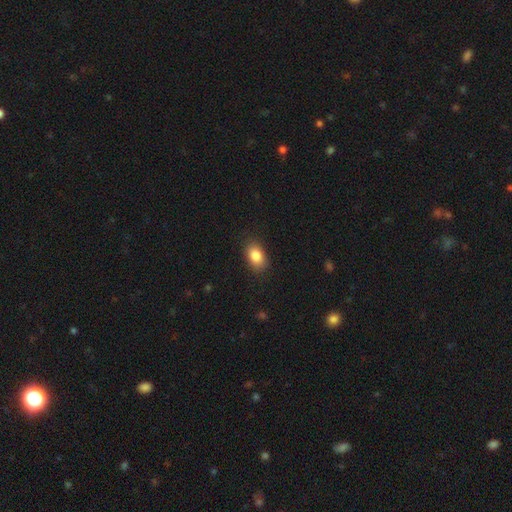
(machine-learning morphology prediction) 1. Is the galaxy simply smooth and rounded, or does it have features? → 85% smooth, 8% star or artifact, 7% featured or disk.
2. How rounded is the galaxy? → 85% in between, 13% round, 2% cigar-shaped.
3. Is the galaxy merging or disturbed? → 85% none, 11% minor disturbance, 3% major disturbance, 1% merger.